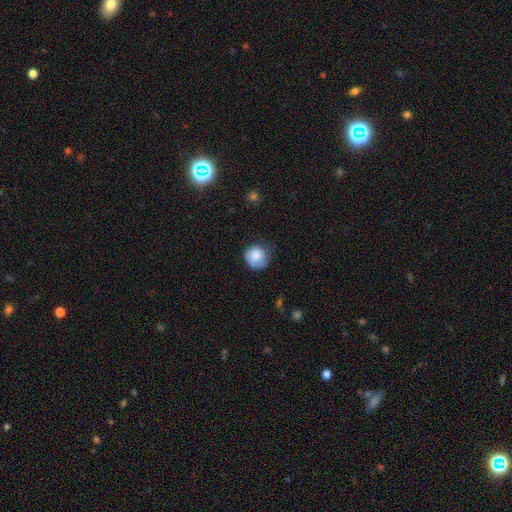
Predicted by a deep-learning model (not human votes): A smooth galaxy with no disk features (85%) that is round (90%).

Vote fractions:
- Smooth or featured? smooth: 85% / featured or disk: 8% / star or artifact: 8%
- How rounded? round: 90% / in between: 9% / cigar-shaped: 1%
- Merging? none: 60% / minor disturbance: 30% / major disturbance: 9% / merger: 2%